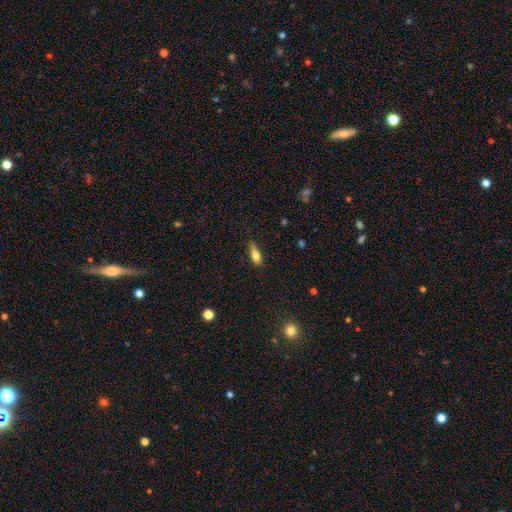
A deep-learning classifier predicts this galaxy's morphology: A smooth galaxy with no disk features (68%) that is in between round and cigar-shaped (63%). Merging: none (72%).